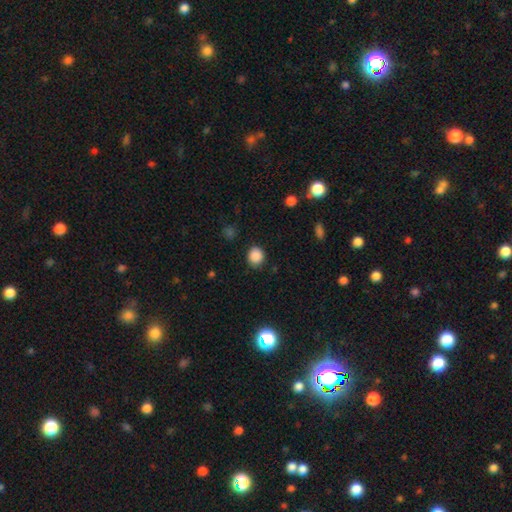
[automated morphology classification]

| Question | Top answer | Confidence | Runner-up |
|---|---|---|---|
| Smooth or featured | smooth | 87% | star or artifact (10%) |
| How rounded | round | 79% | in between (20%) |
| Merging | none | 86% | minor disturbance (10%) |